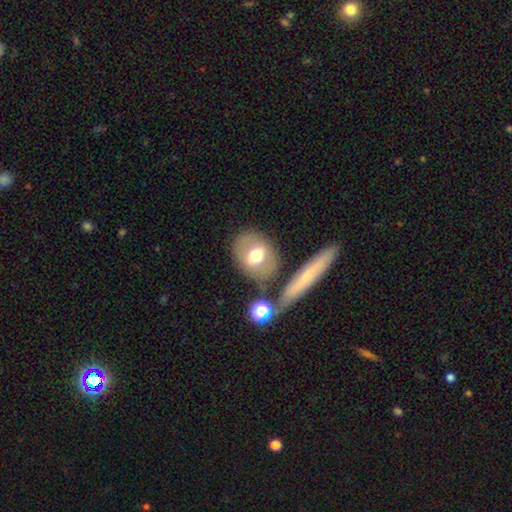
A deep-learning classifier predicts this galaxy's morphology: Smooth or featured? smooth (57%)
How rounded? in between (63%)
Merging? none (67%)